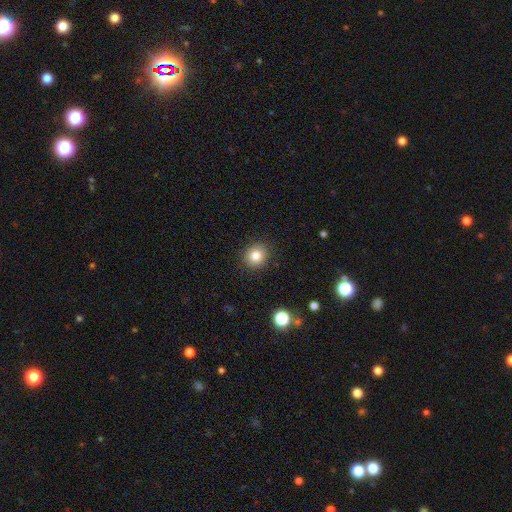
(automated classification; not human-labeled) Smooth or featured: smooth — 82% (star or artifact — 11%)
How rounded: round — 85% (in between — 14%)
Merging: none — 90% (minor disturbance — 7%)